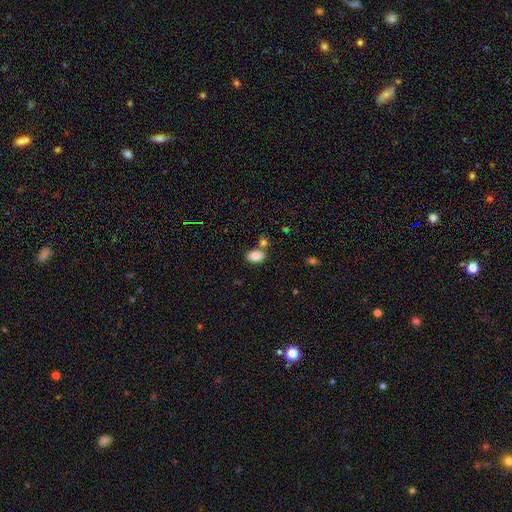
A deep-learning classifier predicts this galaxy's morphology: A smooth galaxy with no disk features (84%) that is in between round and cigar-shaped (86%). Merging: none (63%).